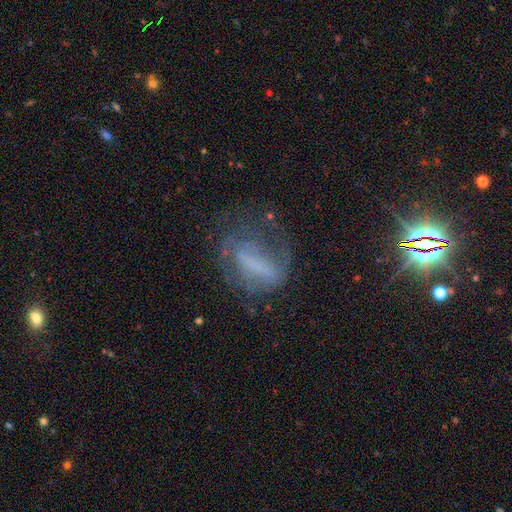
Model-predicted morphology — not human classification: type=featured or disk (47%); merging=none (47%).